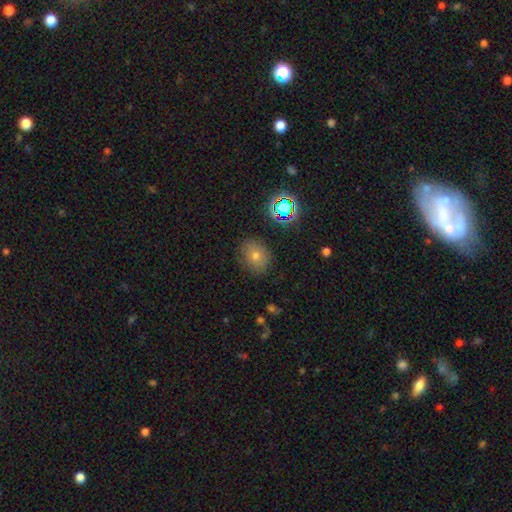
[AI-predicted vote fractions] smooth 66%, star or artifact 21%, featured or disk 14%. Down the decision tree: how rounded — round (58%); merging — none (83%).